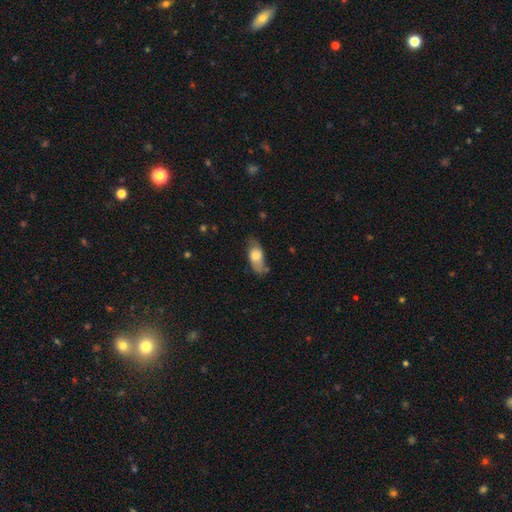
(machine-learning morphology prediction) Overall: smooth (64%; featured or disk 29%). How rounded: in between (86%). Merging: none (59%; minor disturbance 29%).